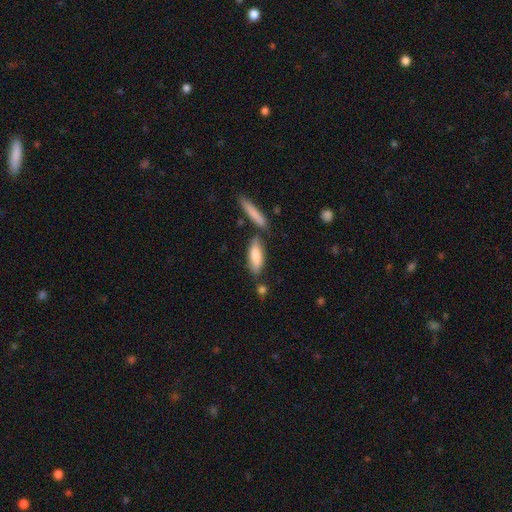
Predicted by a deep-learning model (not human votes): smooth 79%, featured or disk 15%, star or artifact 6%. Down the decision tree: how rounded — in between (54%); merging — none (66%).